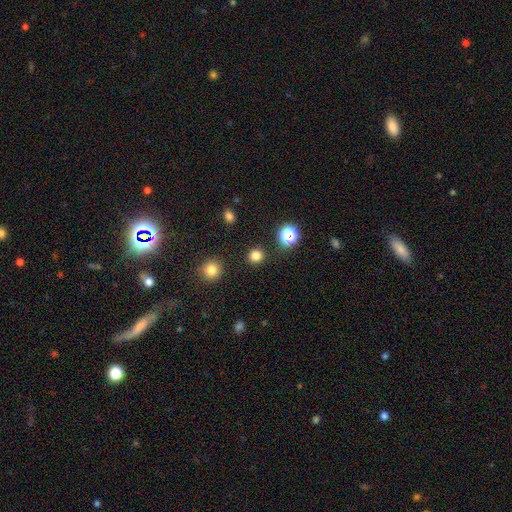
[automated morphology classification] Overall: smooth (79%). How rounded: round (92%). Merging: none (90%).